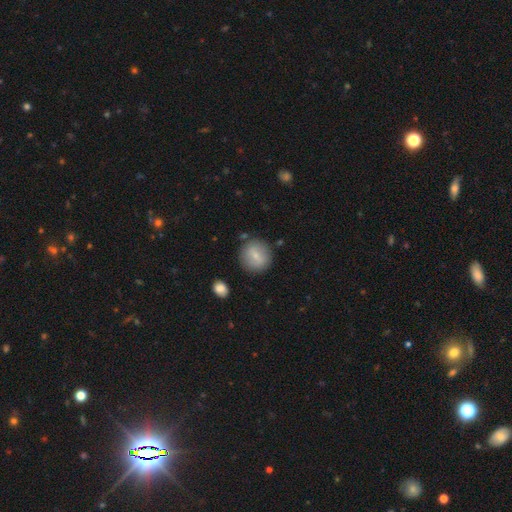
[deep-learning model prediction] Smooth or featured? smooth (70%)
How rounded? round (86%)
Merging? none (83%)